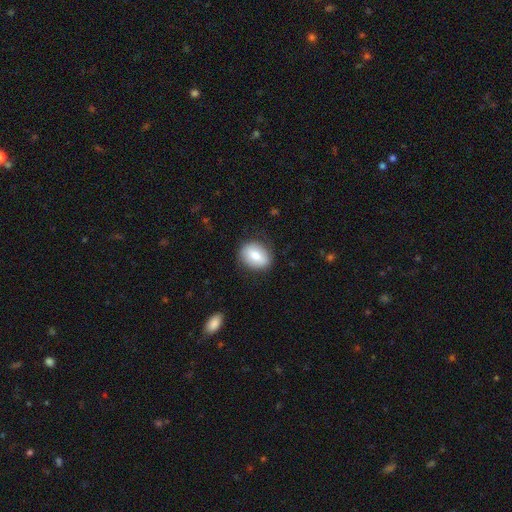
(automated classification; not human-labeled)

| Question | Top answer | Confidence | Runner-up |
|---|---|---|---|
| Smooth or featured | smooth | 73% | featured or disk (19%) |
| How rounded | in between | 57% | round (42%) |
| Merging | none | 83% | minor disturbance (12%) |